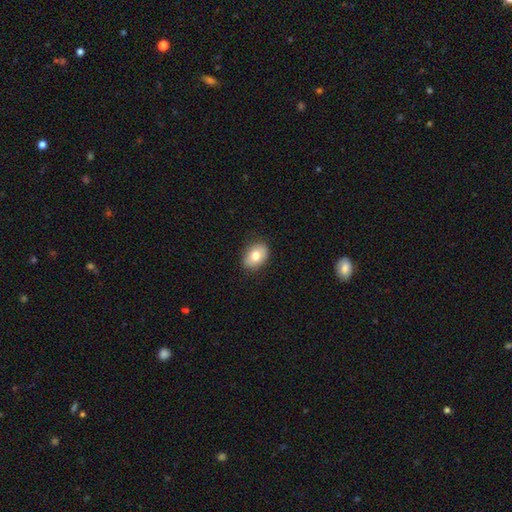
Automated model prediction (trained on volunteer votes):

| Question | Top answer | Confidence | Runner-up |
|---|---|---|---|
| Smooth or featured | smooth | 78% | featured or disk (15%) |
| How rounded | in between | 79% | round (20%) |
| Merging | none | 86% | minor disturbance (11%) |